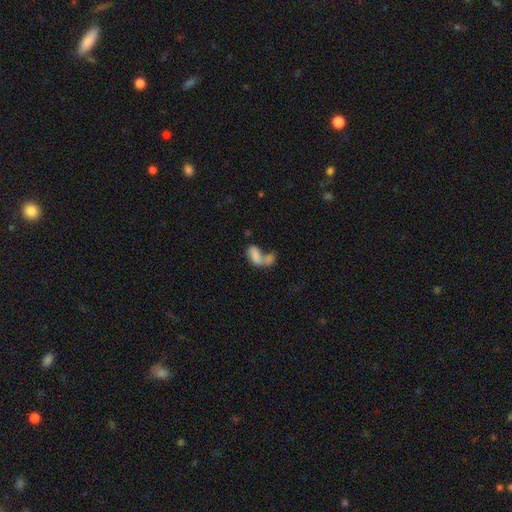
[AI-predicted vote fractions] Morphology: type=smooth (75%); roundness=in between (90%); merging=merger (68%).